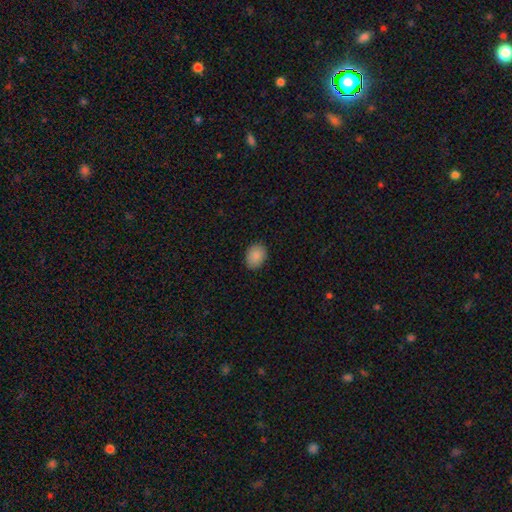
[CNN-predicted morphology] This is clearly a smooth galaxy (88%). How rounded: likely in between (68%). Merging: clearly none (88%).